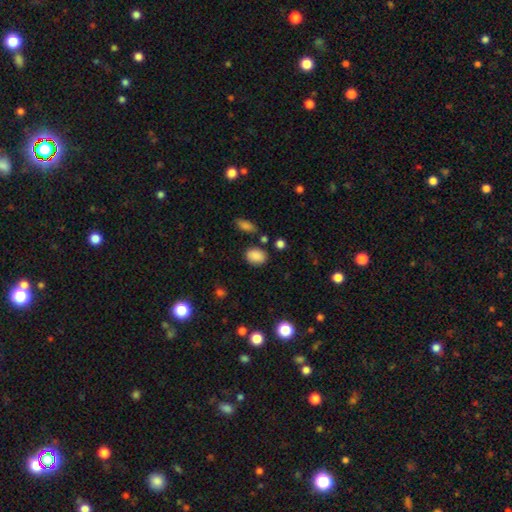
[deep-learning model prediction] A smooth galaxy with no disk features (86%) that is in between round and cigar-shaped (67%). Merging: none (79%).